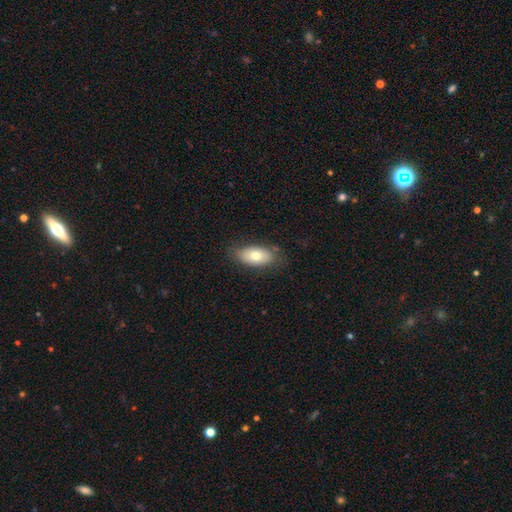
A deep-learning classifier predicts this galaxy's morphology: Smooth or featured? smooth (73%)
How rounded? in between (91%)
Merging? none (76%)